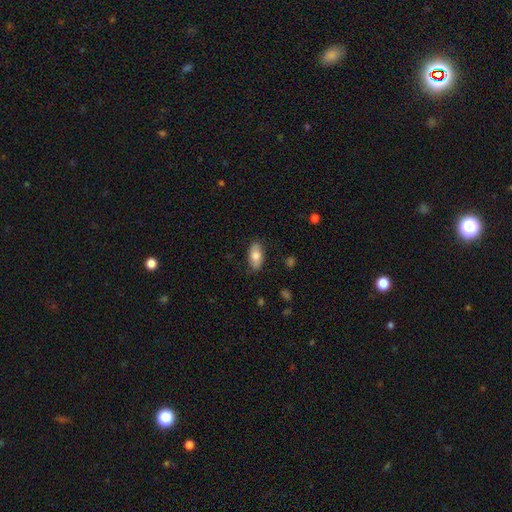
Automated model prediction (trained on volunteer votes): This is likely a smooth galaxy (77%). How rounded: clearly in between (91%). Merging: clearly none (84%).